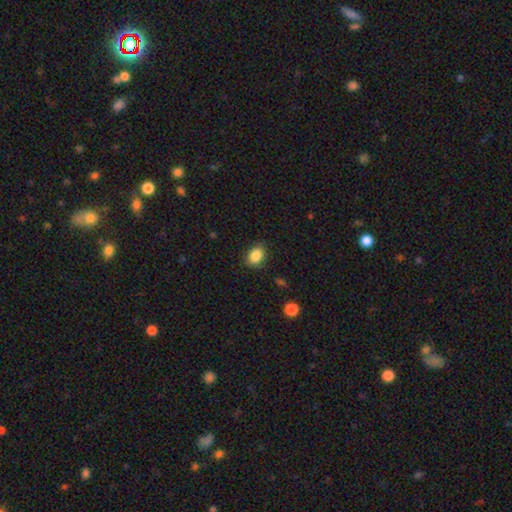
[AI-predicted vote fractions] Smooth or featured?
  - smooth: 86% *
  - star or artifact: 9%
  - featured or disk: 5%
How rounded?
  - in between: 63% *
  - round: 36%
  - cigar-shaped: 1%
Merging?
  - none: 85% *
  - minor disturbance: 11%
  - major disturbance: 3%
  - merger: 1%